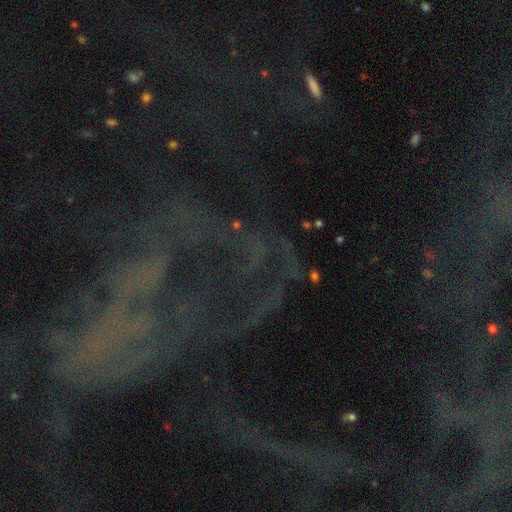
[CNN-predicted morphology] type=star or artifact (56%).